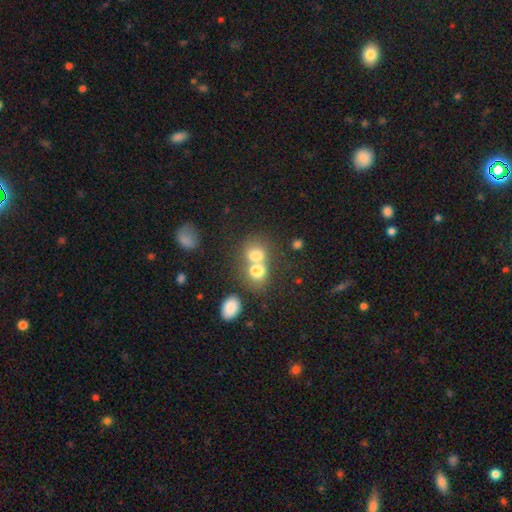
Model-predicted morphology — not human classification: This appears to be a smooth galaxy with no disk features (73%) that is round (63%). Merging: merger (61%).